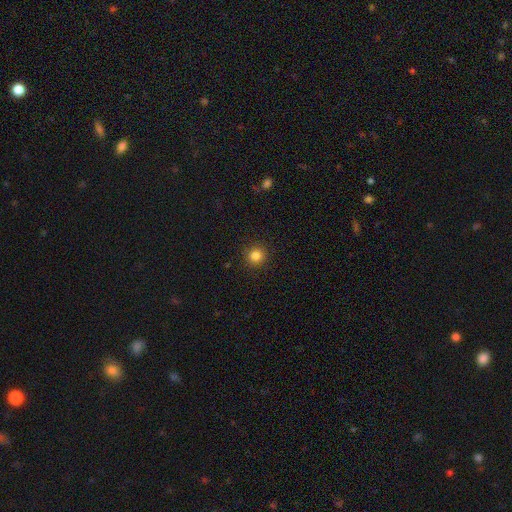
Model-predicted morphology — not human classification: The model was most divided on "smooth or featured": smooth: 84%, star or artifact: 12%, featured or disk: 4%. More confident: how rounded — round (93%); merging — none (92%).